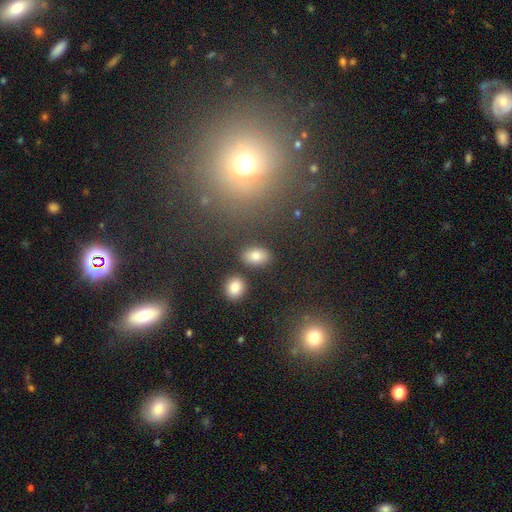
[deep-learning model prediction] Smooth or featured? smooth (80%)
How rounded? in between (85%)
Merging? none (83%)